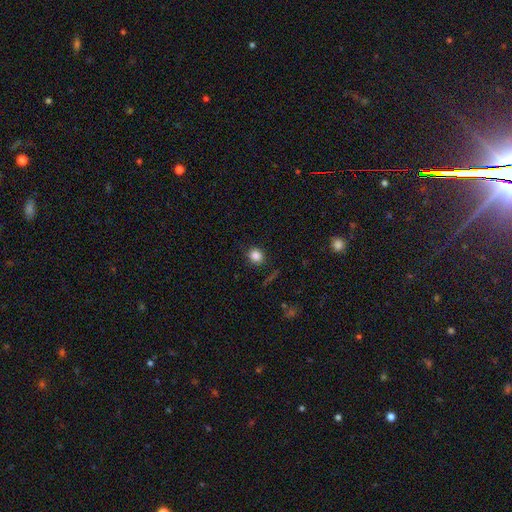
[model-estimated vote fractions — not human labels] This is clearly a smooth galaxy (84%). How rounded: clearly round (80%). Merging: clearly none (85%).